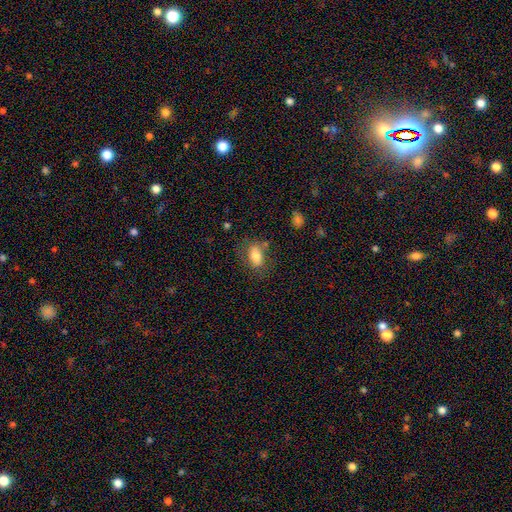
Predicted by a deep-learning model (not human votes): smooth-or-featured: smooth: 76% | featured or disk: 16% | star or artifact: 8%
  how-rounded: in between: 86% | round: 9% | cigar-shaped: 5%
  merging: none: 65% | minor disturbance: 20% | major disturbance: 9% | merger: 6%